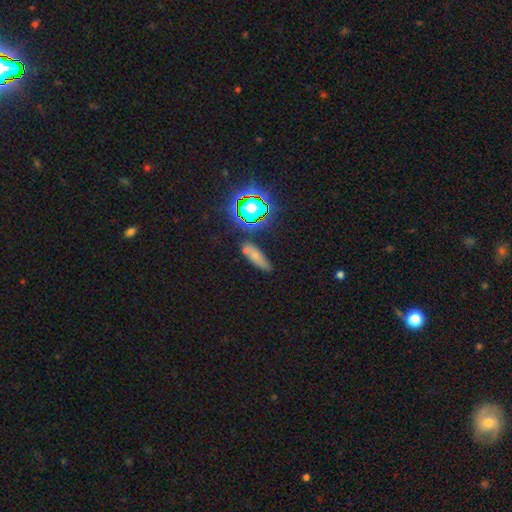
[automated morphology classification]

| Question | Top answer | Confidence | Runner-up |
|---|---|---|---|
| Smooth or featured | smooth | 63% | star or artifact (22%) |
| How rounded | cigar-shaped | 50% | in between (45%) |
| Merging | none | 68% | minor disturbance (18%) |